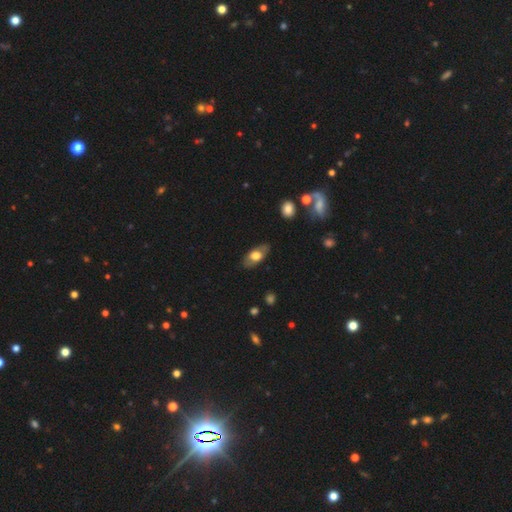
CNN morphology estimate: Smooth or featured?
  - smooth: 59% *
  - featured or disk: 35%
  - star or artifact: 6%
How rounded?
  - in between: 89% *
  - cigar-shaped: 6%
  - round: 5%
Merging?
  - none: 81% *
  - minor disturbance: 14%
  - major disturbance: 3%
  - merger: 1%